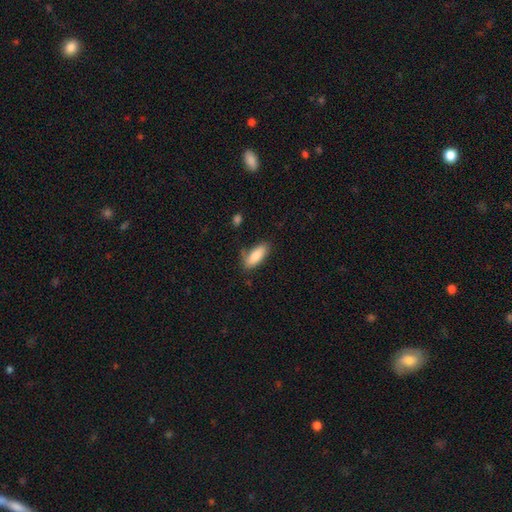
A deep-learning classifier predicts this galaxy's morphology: The model was most divided on "how rounded": in between: 74%, cigar-shaped: 24%, round: 2%. More confident: smooth or featured — smooth (84%); merging — none (72%).